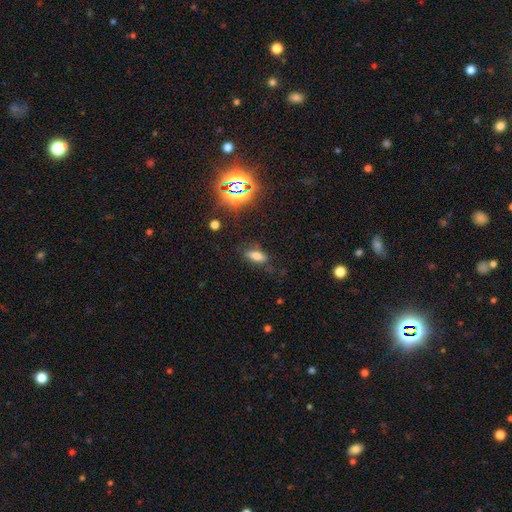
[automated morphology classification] This is likely a smooth galaxy (67%). How rounded: likely in between (78%). Merging: likely none (74%).